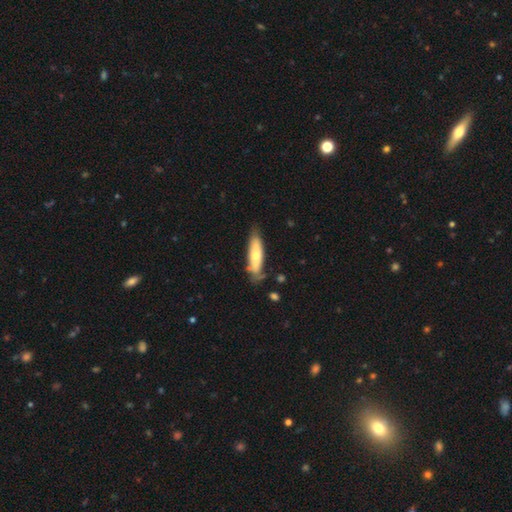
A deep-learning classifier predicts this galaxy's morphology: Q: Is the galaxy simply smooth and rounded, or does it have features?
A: smooth — 61%.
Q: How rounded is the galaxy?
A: cigar-shaped — 57%.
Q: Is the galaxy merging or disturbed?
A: none — 66%.